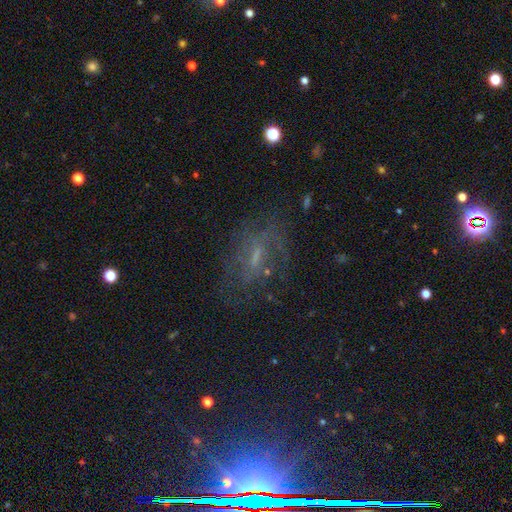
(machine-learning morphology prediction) The model was most divided on "smooth or featured": featured or disk: 47%, star or artifact: 27%, smooth: 25%. More confident: merging — none (57%).